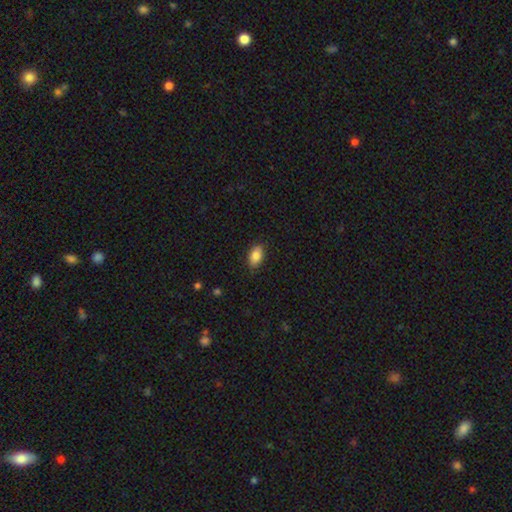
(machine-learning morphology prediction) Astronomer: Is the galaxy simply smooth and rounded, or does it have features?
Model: smooth — 85%.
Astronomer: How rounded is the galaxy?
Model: in between — 91%.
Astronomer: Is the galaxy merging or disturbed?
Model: none — 86%.